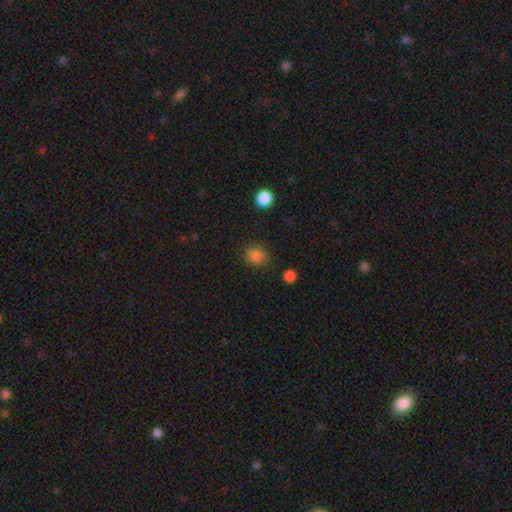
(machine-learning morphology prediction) Smooth or featured? Predicted: smooth (p=0.85). How rounded? Predicted: round (p=0.79). Merging? Predicted: none (p=0.86).